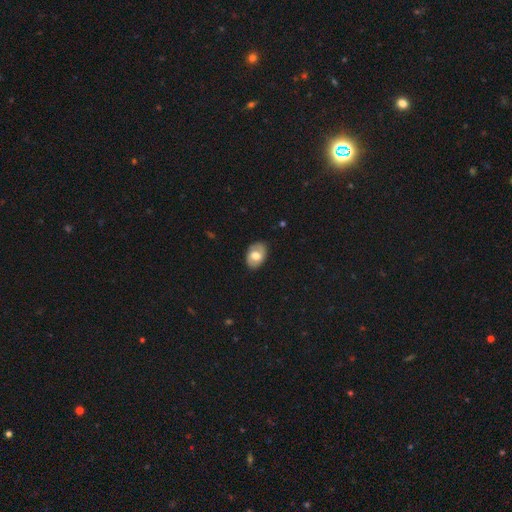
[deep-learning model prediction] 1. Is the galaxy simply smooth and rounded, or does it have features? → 61% smooth, 32% featured or disk, 7% star or artifact.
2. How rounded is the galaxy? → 86% in between, 13% round, 1% cigar-shaped.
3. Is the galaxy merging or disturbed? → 81% none, 14% minor disturbance, 3% major disturbance, 1% merger.